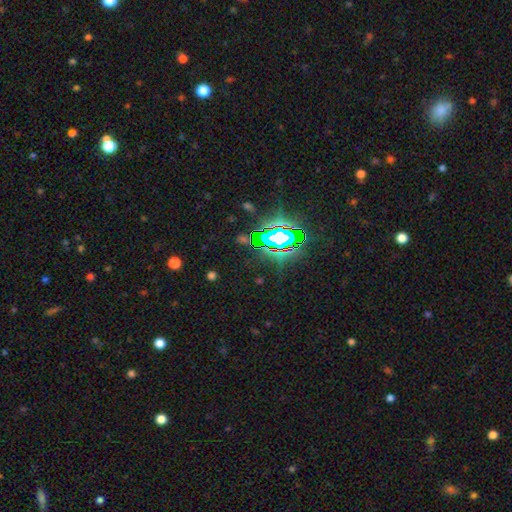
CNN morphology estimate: Smooth or featured? star or artifact (79%)